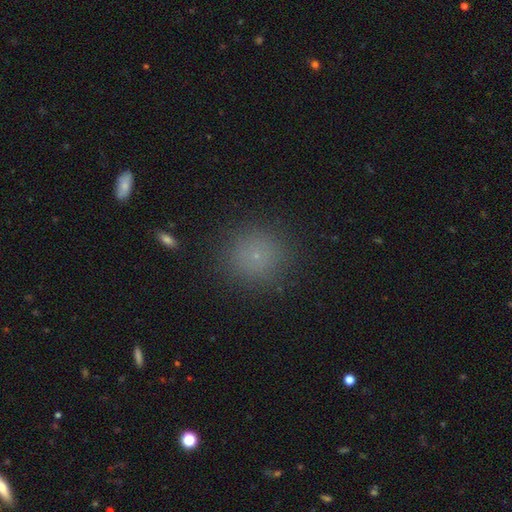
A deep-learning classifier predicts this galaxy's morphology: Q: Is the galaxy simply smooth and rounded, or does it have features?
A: smooth — 73%.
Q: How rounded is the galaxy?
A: round — 91%.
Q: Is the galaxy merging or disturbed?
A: none — 88%.